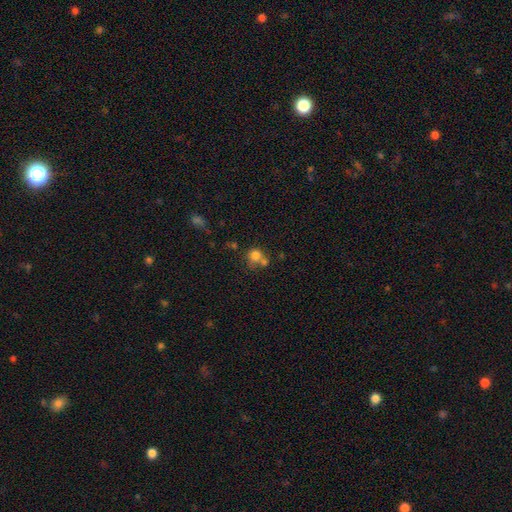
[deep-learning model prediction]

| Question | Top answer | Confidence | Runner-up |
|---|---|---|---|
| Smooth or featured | smooth | 77% | star or artifact (12%) |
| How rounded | round | 83% | in between (16%) |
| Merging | none | 44% | merger (40%) |